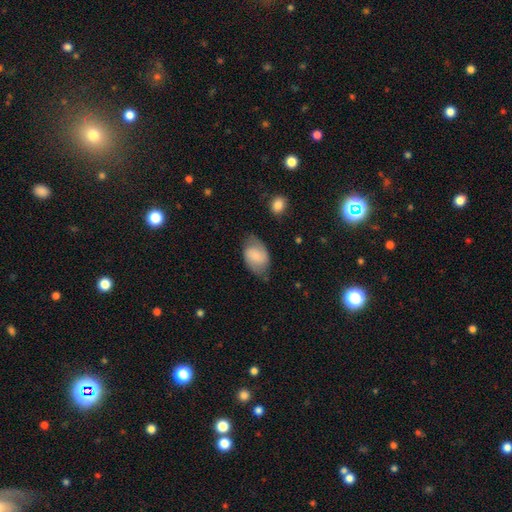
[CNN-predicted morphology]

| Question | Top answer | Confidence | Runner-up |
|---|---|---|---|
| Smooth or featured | smooth | 64% | featured or disk (28%) |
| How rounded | in between | 89% | round (10%) |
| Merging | none | 63% | minor disturbance (26%) |